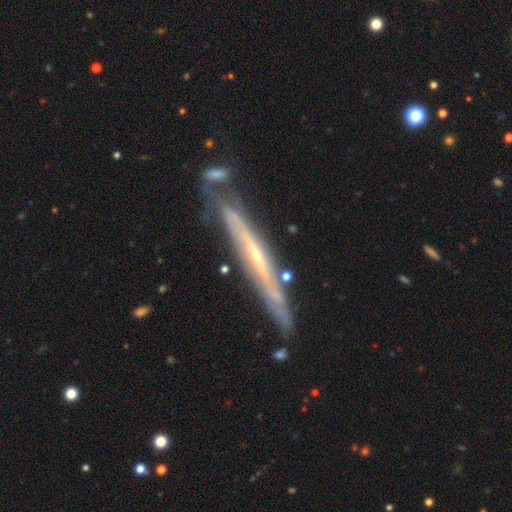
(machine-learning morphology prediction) Q: Smooth or featured?
A: featured or disk (77%); runner-up: smooth (17%)
Q: Edge-on disk?
A: yes (86%); runner-up: no (14%)
Q: Edge-on bulge?
A: none (55%); runner-up: rounded (40%)
Q: Merging?
A: none (69%); runner-up: minor disturbance (18%)